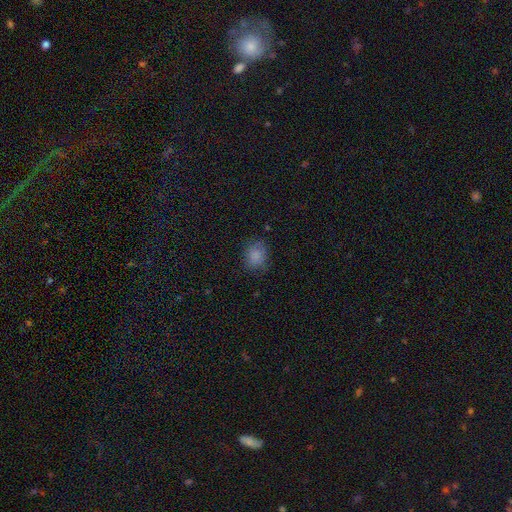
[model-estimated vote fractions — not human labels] smooth-or-featured: smooth: 83% | star or artifact: 11% | featured or disk: 7%
  how-rounded: round: 55% | in between: 44% | cigar-shaped: 1%
  merging: none: 72% | minor disturbance: 20% | major disturbance: 6% | merger: 1%